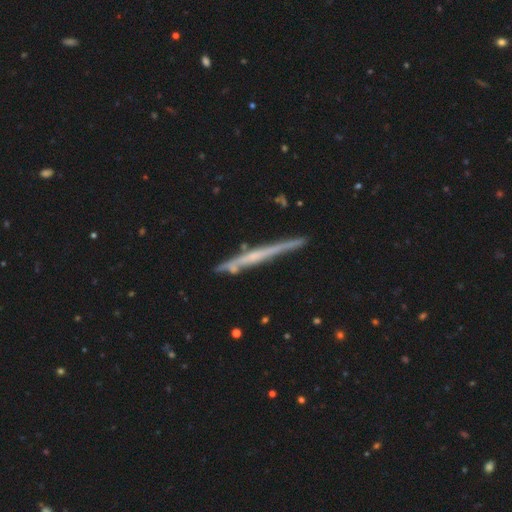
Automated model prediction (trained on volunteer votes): smooth-or-featured: featured or disk: 67% | smooth: 27% | star or artifact: 6%
  disk-edge-on: yes: 96% | no: 4%
    edge-on-bulge: none: 73% | rounded: 19% | boxy: 8%
  merging: none: 80% | minor disturbance: 14% | merger: 3% | major disturbance: 3%